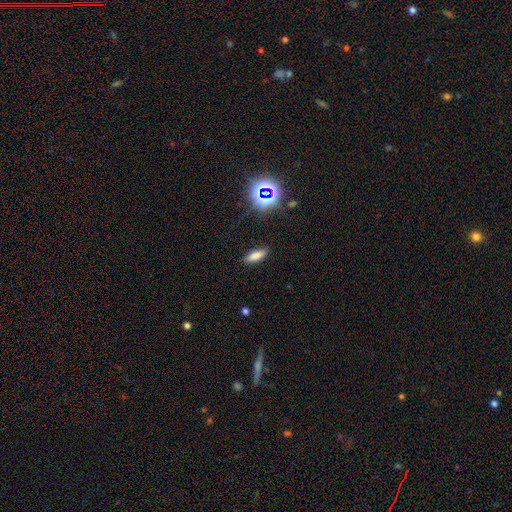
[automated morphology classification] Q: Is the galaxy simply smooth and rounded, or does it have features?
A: smooth — 75%.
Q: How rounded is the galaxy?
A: in between — 51%.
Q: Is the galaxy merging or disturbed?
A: none — 88%.